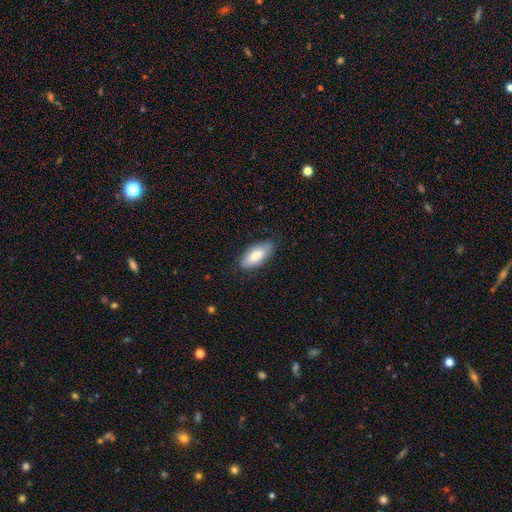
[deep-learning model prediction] Smooth or featured? Predicted: smooth (p=0.82). How rounded? Predicted: in between (p=0.85). Merging? Predicted: none (p=0.80).